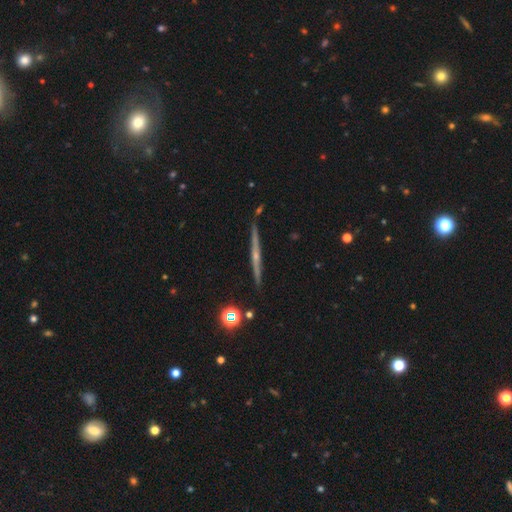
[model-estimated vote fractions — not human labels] Morphology: type=featured or disk (79%); edge-on=yes (98%); edge-on bulge=rounded (64%); merging=none (89%).